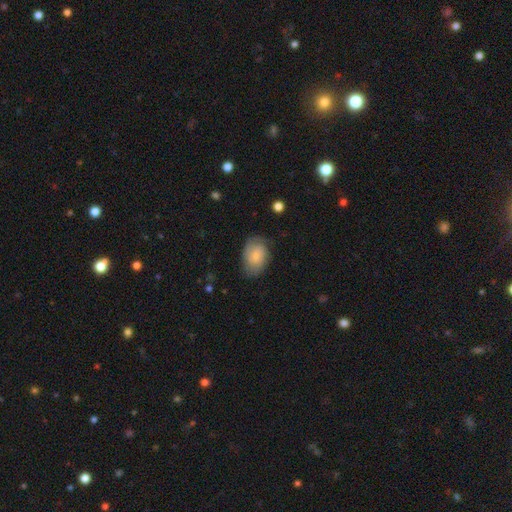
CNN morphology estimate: A smooth galaxy with no disk features (73%) that is in between round and cigar-shaped (82%).

Vote fractions:
- Smooth or featured? smooth: 73% / featured or disk: 21% / star or artifact: 7%
- How rounded? in between: 82% / round: 17% / cigar-shaped: 1%
- Merging? none: 71% / minor disturbance: 21% / major disturbance: 6% / merger: 1%